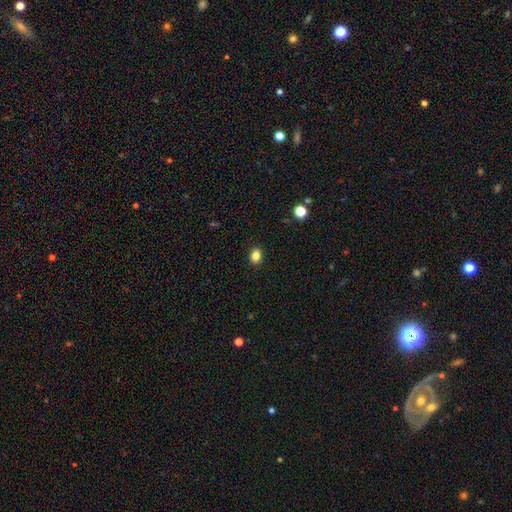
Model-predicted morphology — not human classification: Smooth or featured? smooth (85%)
How rounded? in between (56%)
Merging? none (90%)